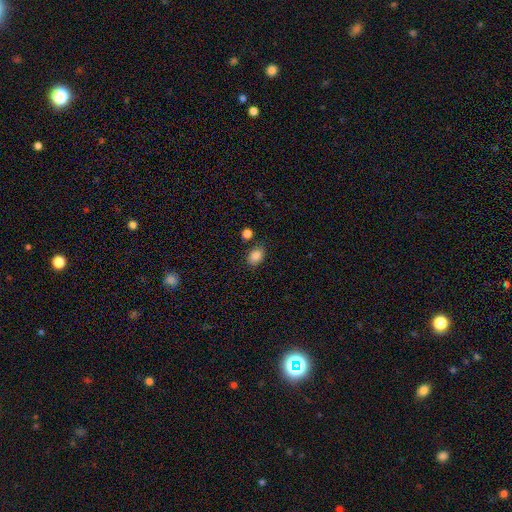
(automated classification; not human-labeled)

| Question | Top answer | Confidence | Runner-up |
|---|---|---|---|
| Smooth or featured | smooth | 86% | star or artifact (9%) |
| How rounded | in between | 77% | round (22%) |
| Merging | none | 79% | minor disturbance (13%) |